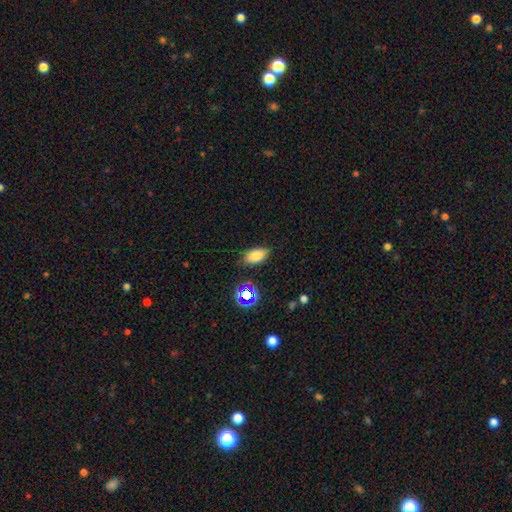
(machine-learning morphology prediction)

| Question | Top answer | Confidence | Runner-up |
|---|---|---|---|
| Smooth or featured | smooth | 80% | star or artifact (13%) |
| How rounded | in between | 90% | round (6%) |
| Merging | none | 83% | minor disturbance (12%) |